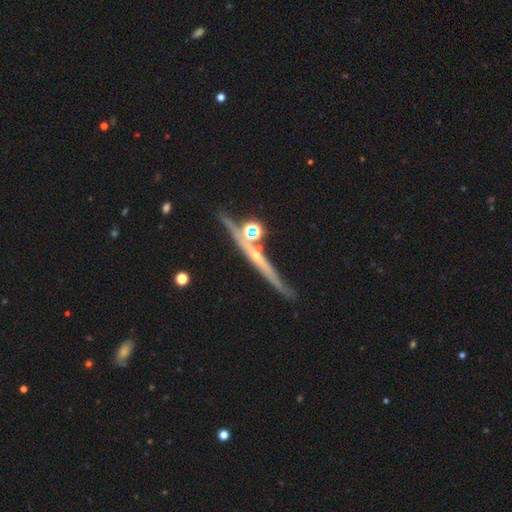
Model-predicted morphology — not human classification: Overall: featured or disk (61%; smooth 23%). Edge-on disk: yes (93%). Edge-on bulge: none (59%; rounded 34%). Merging: none (74%).